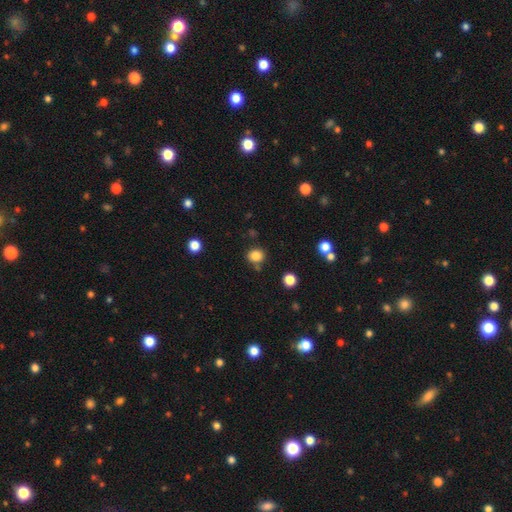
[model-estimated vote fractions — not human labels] Overall: smooth (84%). How rounded: round (76%). Merging: none (78%).